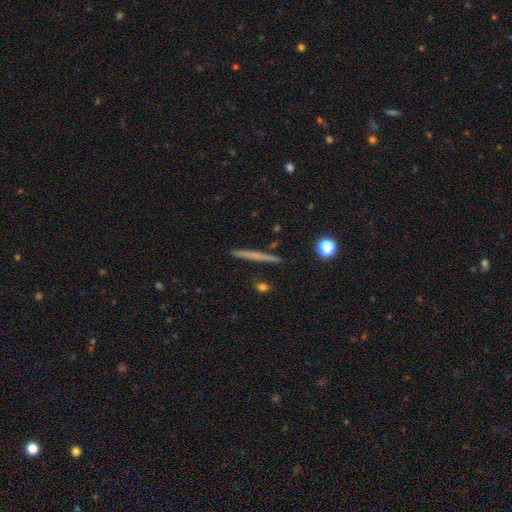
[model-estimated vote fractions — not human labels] The model was most divided on "smooth or featured": smooth: 48%, featured or disk: 45%, star or artifact: 7%. More confident: merging — none (91%).